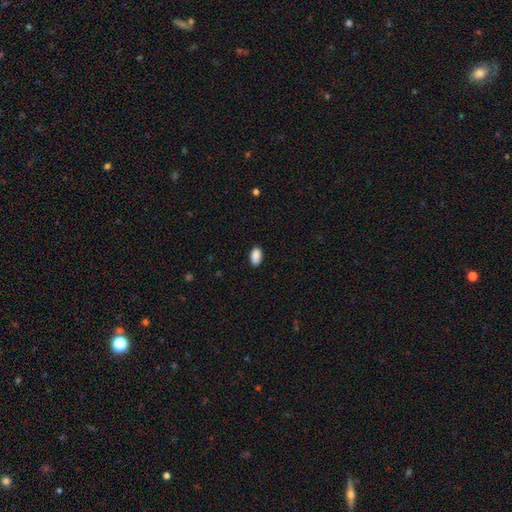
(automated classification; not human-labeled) Smooth or featured? Predicted: smooth (p=0.90). How rounded? Predicted: in between (p=0.93). Merging? Predicted: none (p=0.87).